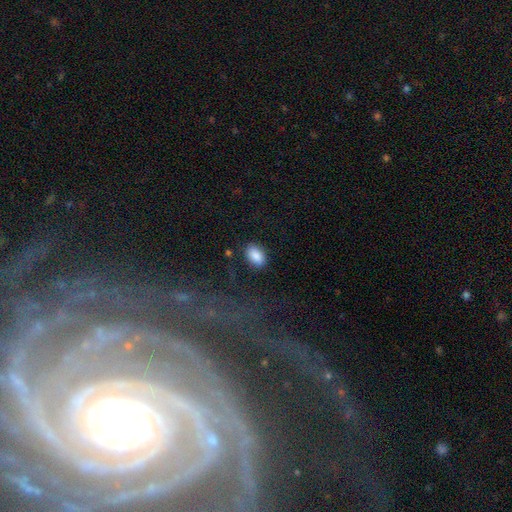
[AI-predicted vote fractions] smooth 88%, star or artifact 7%, featured or disk 5%. Down the decision tree: how rounded — in between (91%); merging — none (79%).